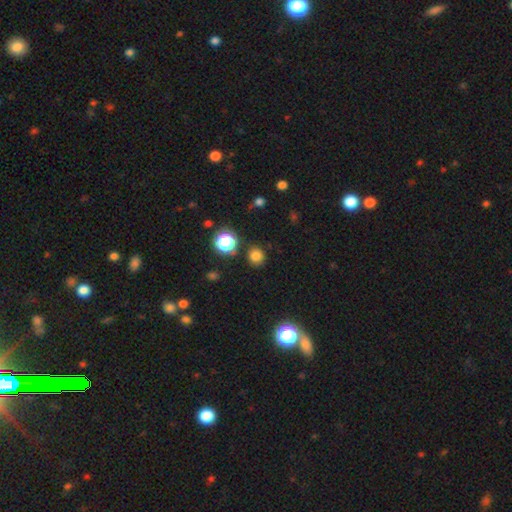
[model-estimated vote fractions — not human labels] Overall: smooth (77%). How rounded: round (87%). Merging: none (85%).